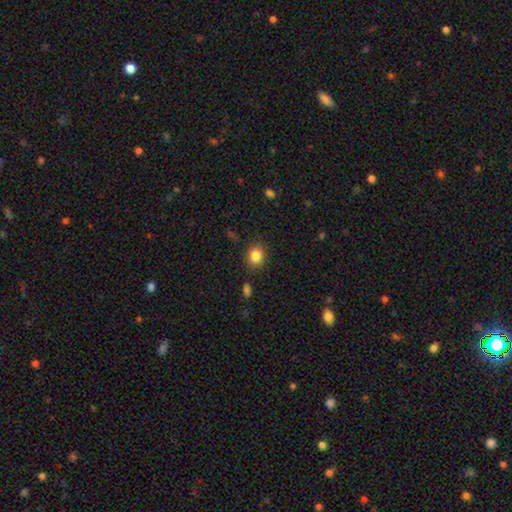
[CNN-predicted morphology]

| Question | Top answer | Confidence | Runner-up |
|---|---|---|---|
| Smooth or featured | smooth | 84% | star or artifact (10%) |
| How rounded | round | 68% | in between (31%) |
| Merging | none | 86% | minor disturbance (9%) |